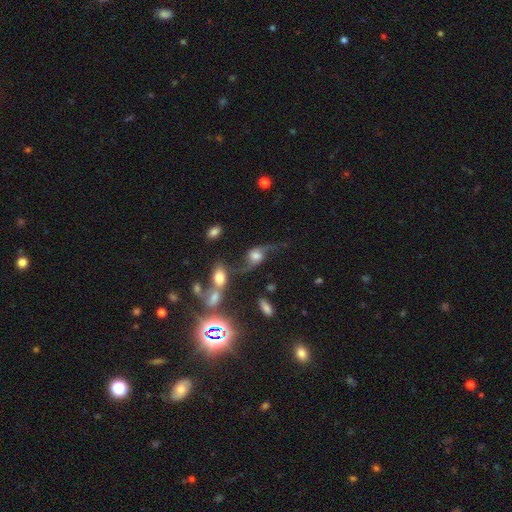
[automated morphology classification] Smooth or featured? Predicted: featured or disk (p=0.77). Edge-on disk? Predicted: no (p=0.93). Bar? Predicted: no (p=0.62). Spiral arms? Predicted: yes (p=0.94). Spiral winding? Predicted: loose (p=0.89). Spiral arm count? Predicted: 2 (p=0.93). Bulge size? Predicted: moderate (p=0.36, tied with large). Merging? Predicted: none (p=0.59).